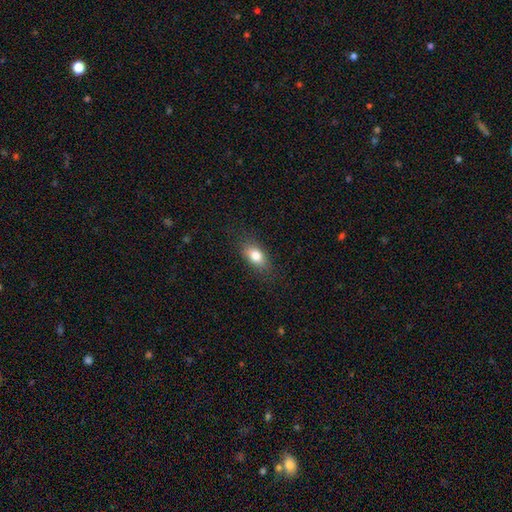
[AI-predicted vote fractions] smooth 79%, featured or disk 12%, star or artifact 9%. Down the decision tree: how rounded — in between (82%); merging — none (81%).